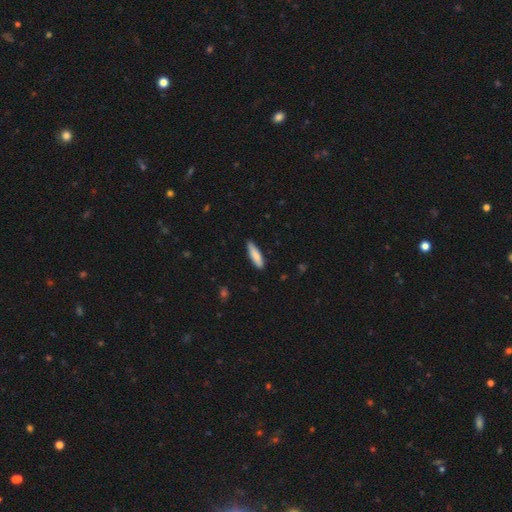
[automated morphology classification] Q: Smooth or featured?
A: smooth (83%); runner-up: featured or disk (11%)
Q: How rounded?
A: cigar-shaped (69%); runner-up: in between (30%)
Q: Merging?
A: none (84%); runner-up: minor disturbance (13%)